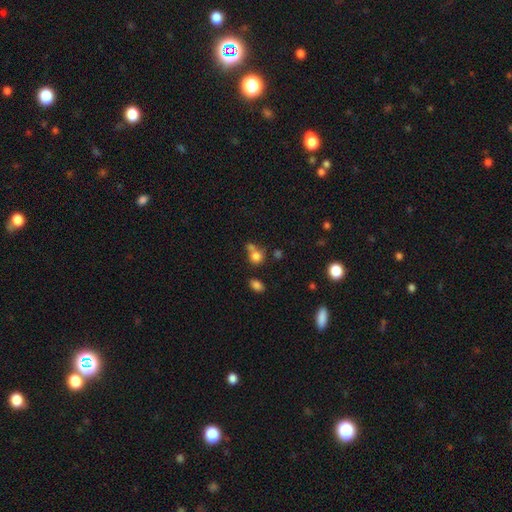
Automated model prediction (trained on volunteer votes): A smooth galaxy with no disk features (78%) that is round (76%). Merging: none (48%).